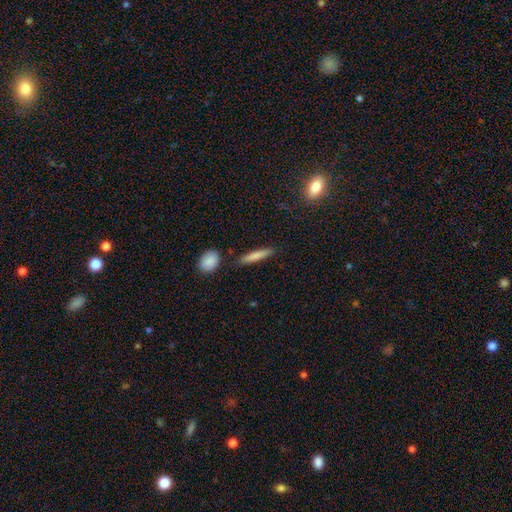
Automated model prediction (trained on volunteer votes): smooth 79%, featured or disk 15%, star or artifact 6%. Down the decision tree: how rounded — cigar-shaped (89%); merging — none (85%).